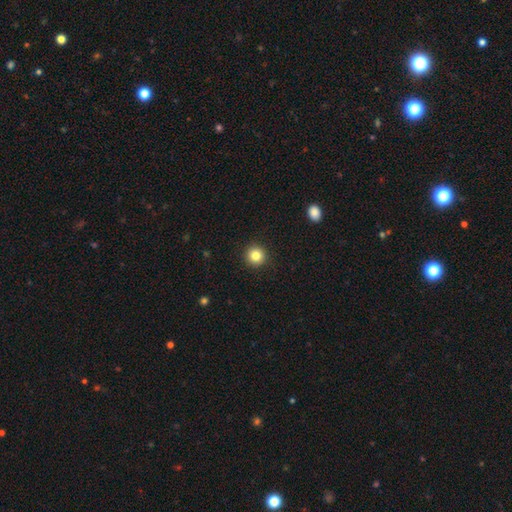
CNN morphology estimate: Smooth or featured? Predicted: smooth (p=0.84). How rounded? Predicted: round (p=0.95). Merging? Predicted: none (p=0.93).